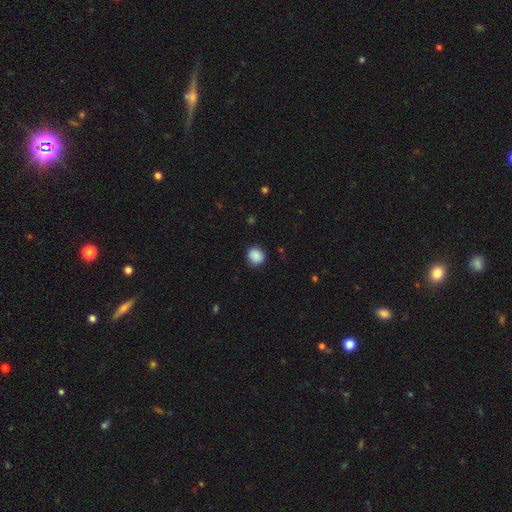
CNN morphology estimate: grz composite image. It shows a smooth galaxy with no disk features (87%) that is round (83%). Merging: none (88%).